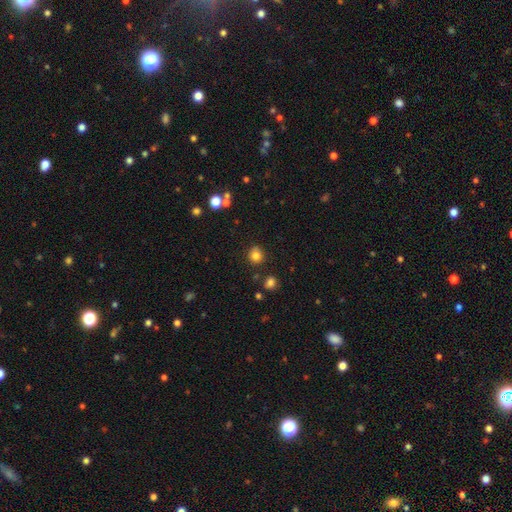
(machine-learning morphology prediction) Smooth or featured? smooth (81%)
How rounded? round (89%)
Merging? none (85%)